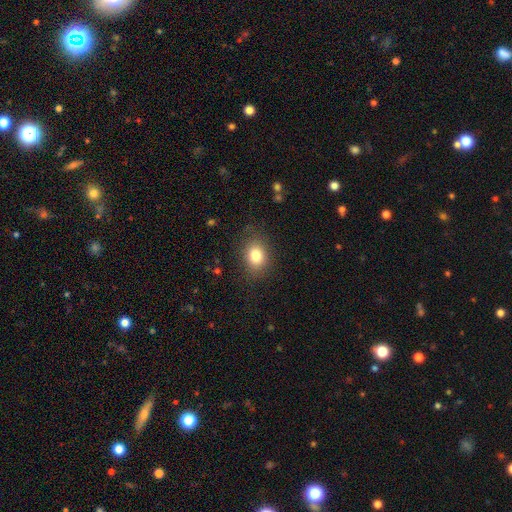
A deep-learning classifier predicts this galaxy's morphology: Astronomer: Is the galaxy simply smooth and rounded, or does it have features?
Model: smooth — 82%.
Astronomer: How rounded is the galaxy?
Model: in between — 58% (runner-up: round, 41%).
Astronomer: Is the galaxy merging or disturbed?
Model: none — 83%.